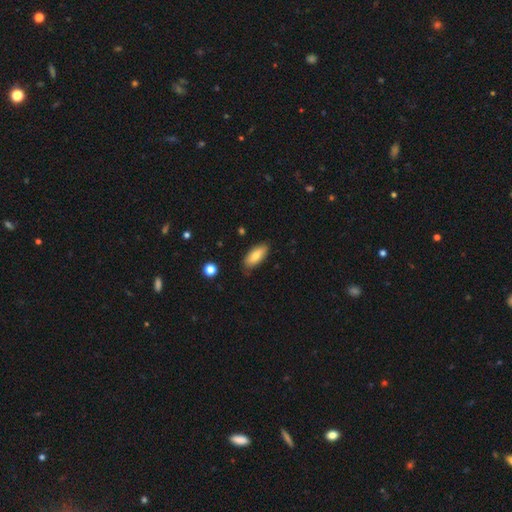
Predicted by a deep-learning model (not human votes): Smooth or featured? smooth (78%)
How rounded? in between (81%)
Merging? none (81%)